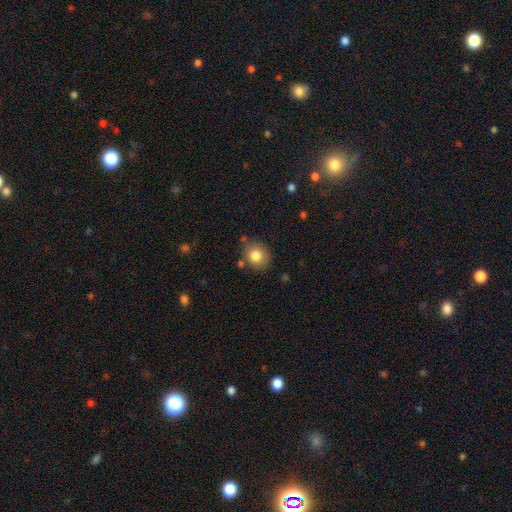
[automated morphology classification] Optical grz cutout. It shows a smooth galaxy with no disk features (82%) that is round (72%). Merging: none (79%).